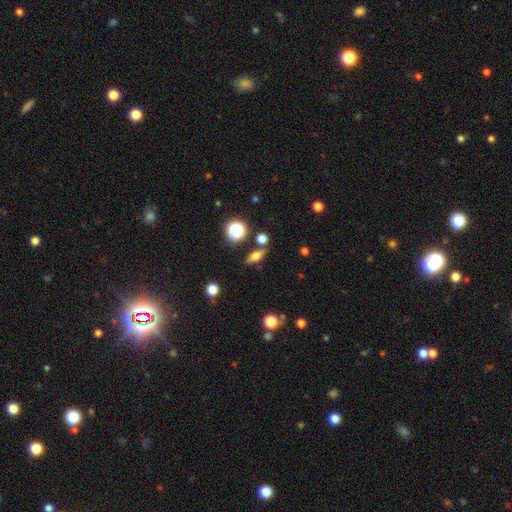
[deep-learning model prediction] A smooth galaxy with no disk features (67%) that is in between round and cigar-shaped (65%).

Vote fractions:
- Smooth or featured? smooth: 67% / featured or disk: 18% / star or artifact: 15%
- How rounded? in between: 65% / cigar-shaped: 20% / round: 16%
- Merging? none: 78% / minor disturbance: 12% / merger: 7% / major disturbance: 4%